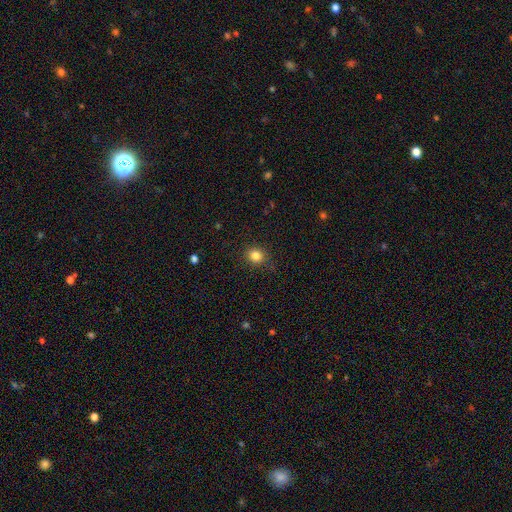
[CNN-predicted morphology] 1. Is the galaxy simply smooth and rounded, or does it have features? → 84% smooth, 12% star or artifact, 5% featured or disk.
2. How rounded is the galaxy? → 78% round, 21% in between, 1% cigar-shaped.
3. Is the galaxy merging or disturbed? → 85% none, 11% minor disturbance, 3% major disturbance, 1% merger.